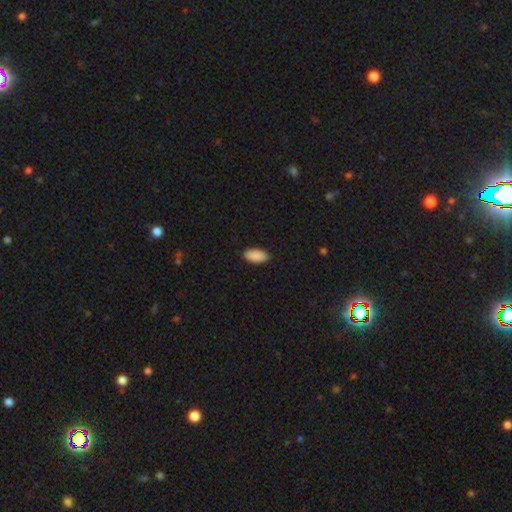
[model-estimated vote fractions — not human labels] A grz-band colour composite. It shows a smooth galaxy with no disk features (91%) that is in between round and cigar-shaped (94%). Merging: none (88%).